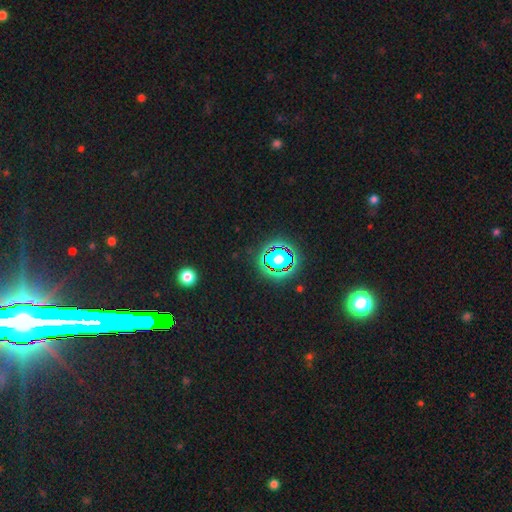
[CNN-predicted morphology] Overall: star or artifact (78%).